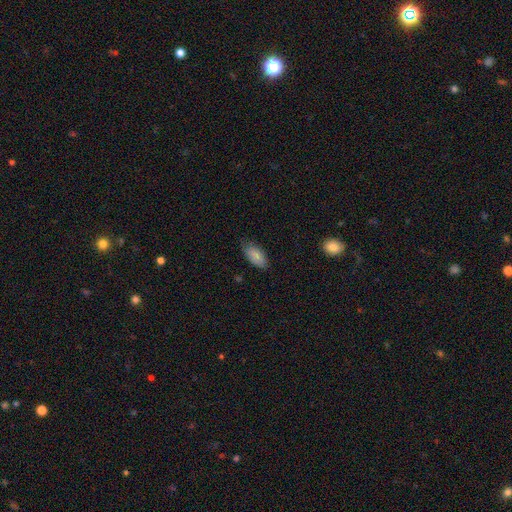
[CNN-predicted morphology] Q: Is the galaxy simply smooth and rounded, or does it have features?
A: smooth — 85%.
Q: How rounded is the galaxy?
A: in between — 92%.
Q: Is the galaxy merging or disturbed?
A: none — 70%.